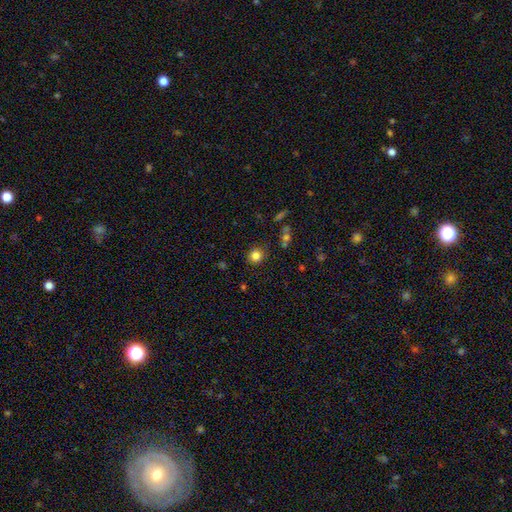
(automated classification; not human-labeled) Smooth or featured: smooth — 82% (star or artifact — 12%)
How rounded: round — 90% (in between — 9%)
Merging: none — 87% (minor disturbance — 8%)